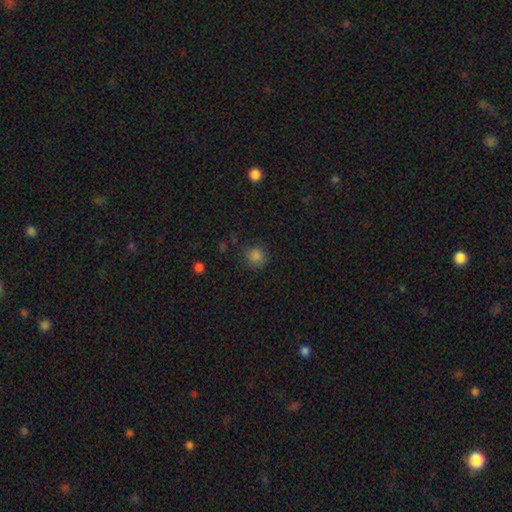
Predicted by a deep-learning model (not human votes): This appears to be a smooth galaxy with no disk features (83%) that is round (90%). Merging: none (81%).